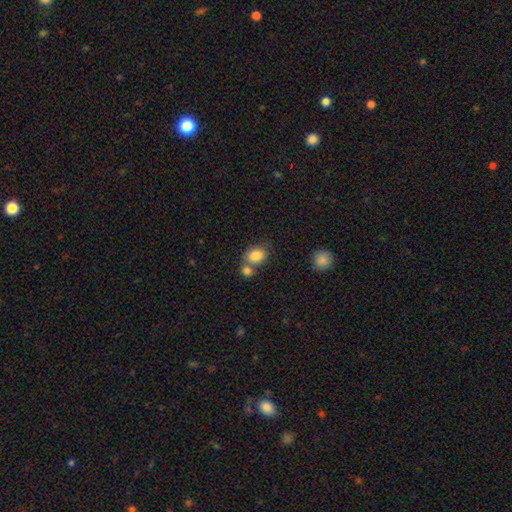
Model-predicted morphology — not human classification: Overall: smooth (84%). How rounded: in between (58%; round 41%). Merging: none (45%; merger 39%).